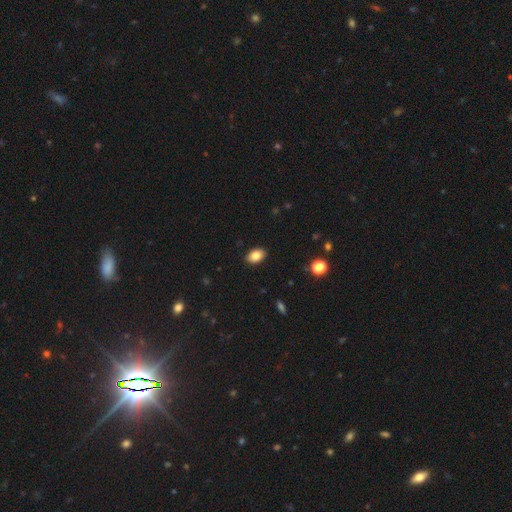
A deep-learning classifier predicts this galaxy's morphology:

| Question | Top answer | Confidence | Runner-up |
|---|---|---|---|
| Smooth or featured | smooth | 84% | star or artifact (9%) |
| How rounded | in between | 86% | round (13%) |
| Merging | none | 89% | minor disturbance (8%) |